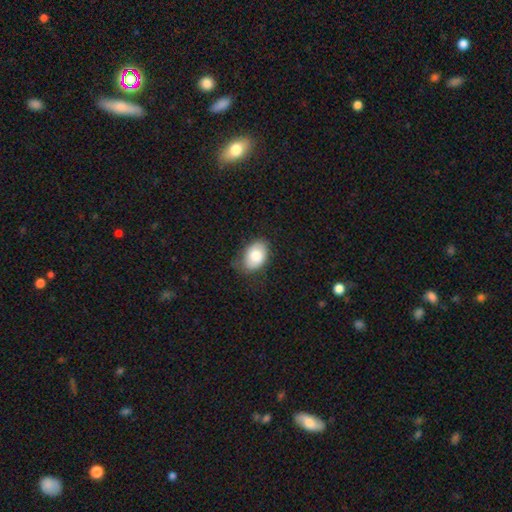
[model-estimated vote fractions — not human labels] Overall: smooth (77%). How rounded: in between (83%). Merging: none (68%).